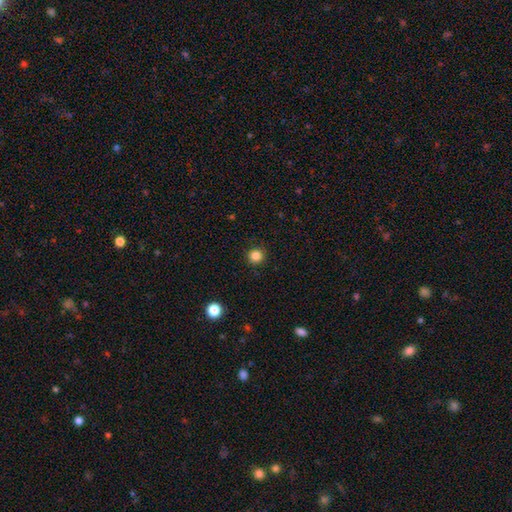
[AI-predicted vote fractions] This is clearly a smooth galaxy (84%). How rounded: clearly round (94%). Merging: clearly none (92%).